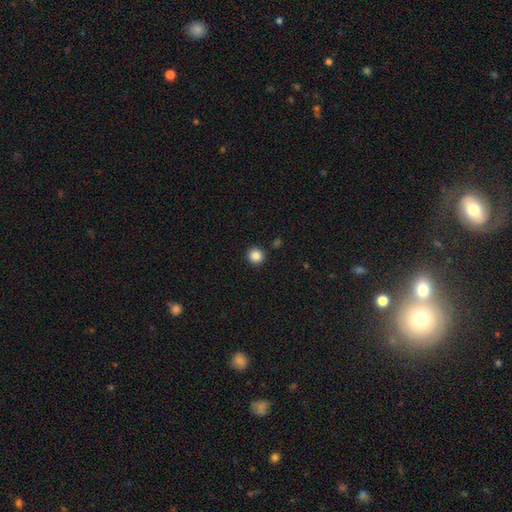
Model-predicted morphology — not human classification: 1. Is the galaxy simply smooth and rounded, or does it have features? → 86% smooth, 11% star or artifact, 3% featured or disk.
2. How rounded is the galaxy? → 95% round, 4% in between, 1% cigar-shaped.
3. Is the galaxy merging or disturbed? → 92% none, 5% minor disturbance, 2% major disturbance, 2% merger.